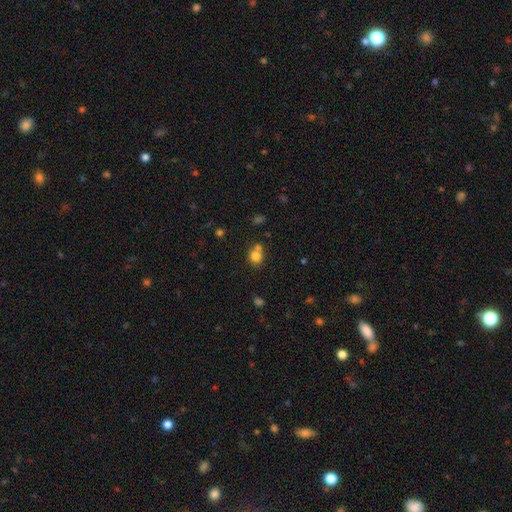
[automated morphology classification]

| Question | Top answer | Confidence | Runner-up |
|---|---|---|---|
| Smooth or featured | smooth | 79% | star or artifact (12%) |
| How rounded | round | 74% | in between (25%) |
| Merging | none | 51% | merger (34%) |